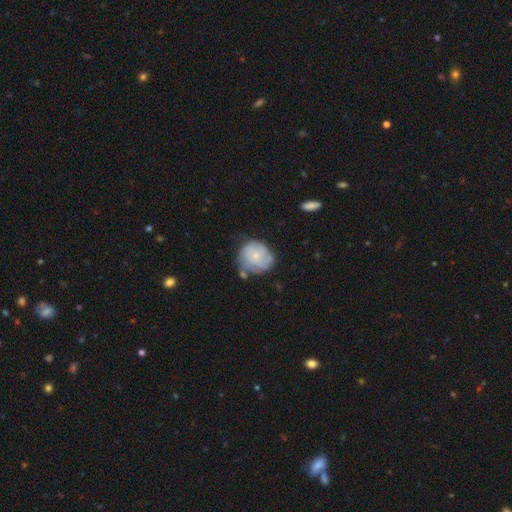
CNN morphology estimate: A featured or disk galaxy (48%).

Vote fractions:
- Smooth or featured? featured or disk: 48% / smooth: 44% / star or artifact: 7%
- Merging? none: 52% / minor disturbance: 30% / major disturbance: 11% / merger: 7%